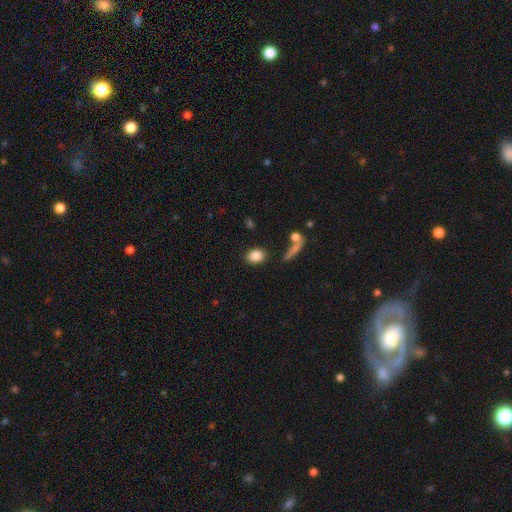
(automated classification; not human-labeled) Morphology: type=smooth (86%); roundness=in between (65%); merging=none (81%).